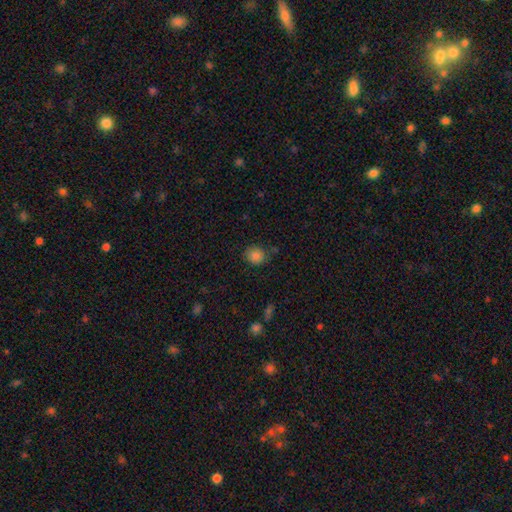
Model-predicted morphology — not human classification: This is clearly a smooth galaxy (86%). How rounded: clearly round (82%). Merging: likely none (79%).